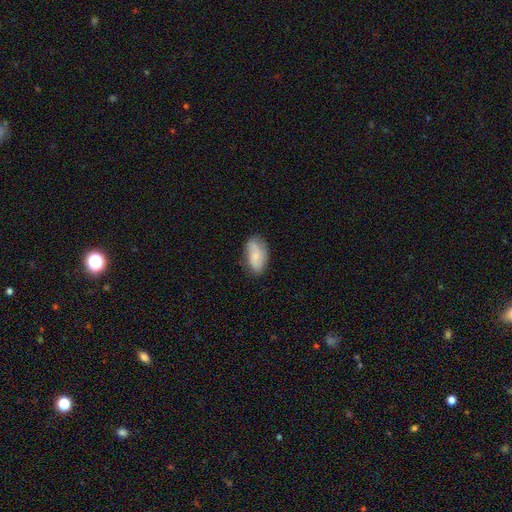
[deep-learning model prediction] The model was most divided on "smooth or featured": smooth: 61%, featured or disk: 32%, star or artifact: 7%. More confident: how rounded — in between (92%); merging — none (69%).